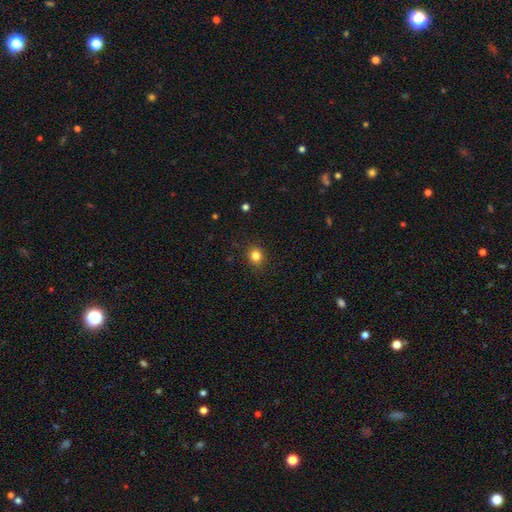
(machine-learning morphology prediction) smooth_or_featured: smooth (p=0.83) [alt: star or artifact p=0.12]
how_rounded: round (p=0.81) [alt: in between p=0.18]
merging: none (p=0.89) [alt: minor disturbance p=0.08]